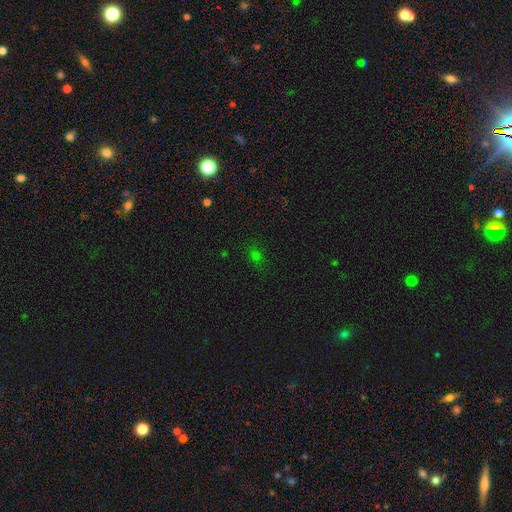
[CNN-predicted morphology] Smooth or featured?
  - smooth: 58% *
  - star or artifact: 35%
  - featured or disk: 6%
How rounded?
  - in between: 58% *
  - round: 39%
  - cigar-shaped: 4%
Merging?
  - none: 79% *
  - minor disturbance: 14%
  - major disturbance: 5%
  - merger: 2%